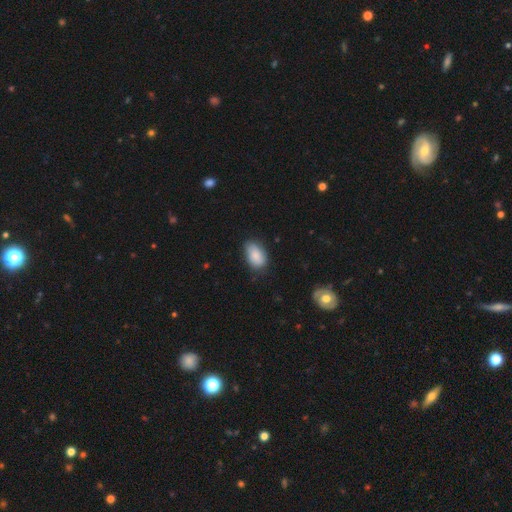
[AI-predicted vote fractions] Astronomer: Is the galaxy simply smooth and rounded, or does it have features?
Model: smooth — 83%.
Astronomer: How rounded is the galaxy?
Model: in between — 92%.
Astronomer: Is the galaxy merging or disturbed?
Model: none — 70%.